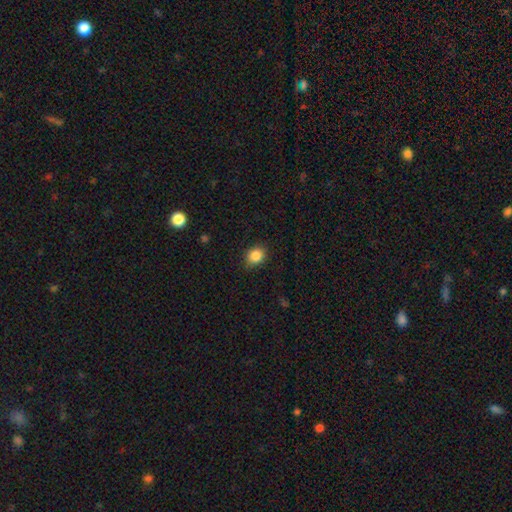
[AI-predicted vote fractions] A smooth galaxy with no disk features (86%) that is round (56%).

Vote fractions:
- Smooth or featured? smooth: 86% / star or artifact: 9% / featured or disk: 5%
- How rounded? round: 56% / in between: 43% / cigar-shaped: 1%
- Merging? none: 85% / minor disturbance: 12% / major disturbance: 3% / merger: 1%